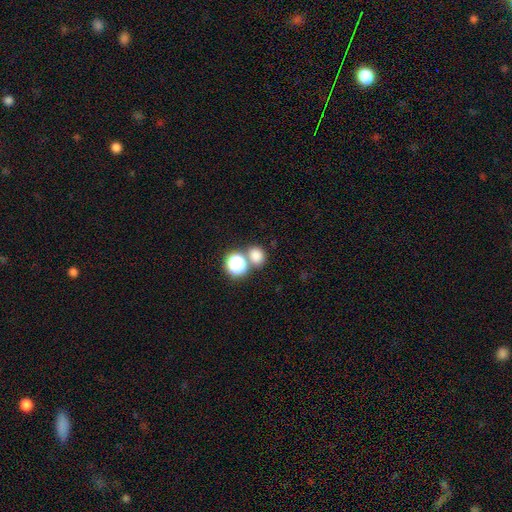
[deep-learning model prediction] Smooth or featured: smooth — 77% (star or artifact — 17%)
How rounded: round — 69% (in between — 30%)
Merging: none — 61% (merger — 28%)